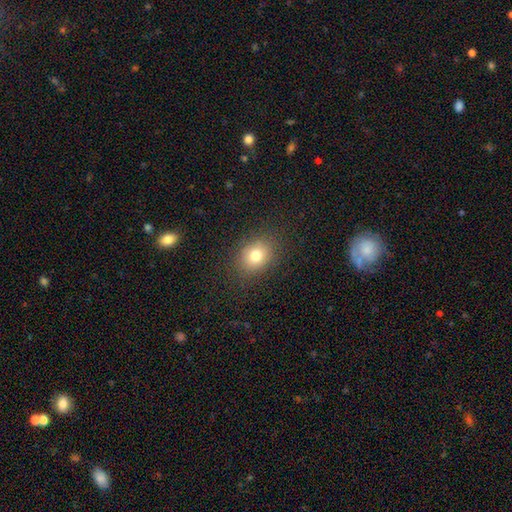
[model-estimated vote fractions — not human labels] A smooth galaxy with no disk features (77%) that is round (50%).

Vote fractions:
- Smooth or featured? smooth: 77% / star or artifact: 13% / featured or disk: 10%
- How rounded? round: 50% / in between: 49% / cigar-shaped: 1%
- Merging? none: 85% / minor disturbance: 10% / major disturbance: 4% / merger: 1%